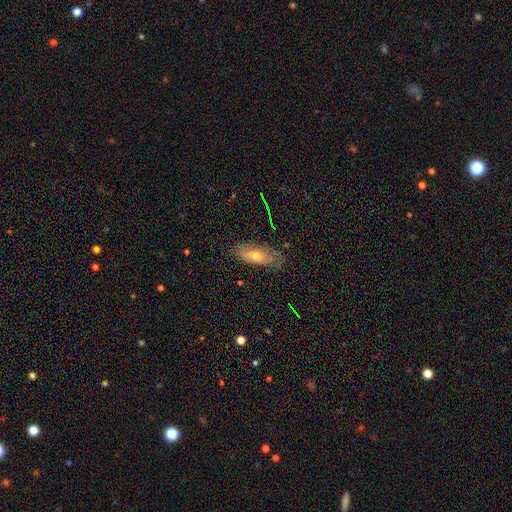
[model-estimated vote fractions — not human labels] Smooth or featured: featured or disk — 48% (smooth — 40%)
Merging: none — 67% (minor disturbance — 23%)